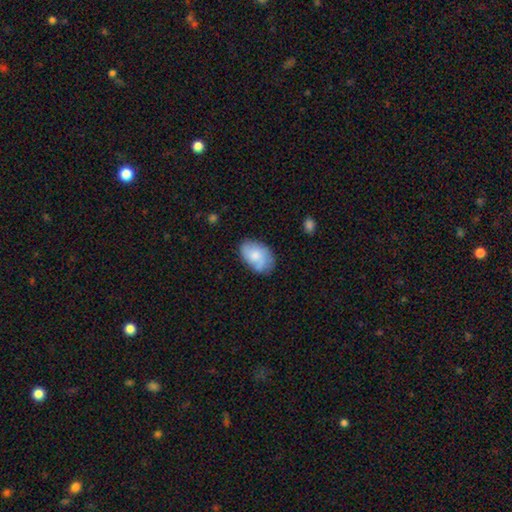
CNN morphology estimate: This is possibly a smooth galaxy (56%). How rounded: clearly in between (86%). Merging: likely none (67%).